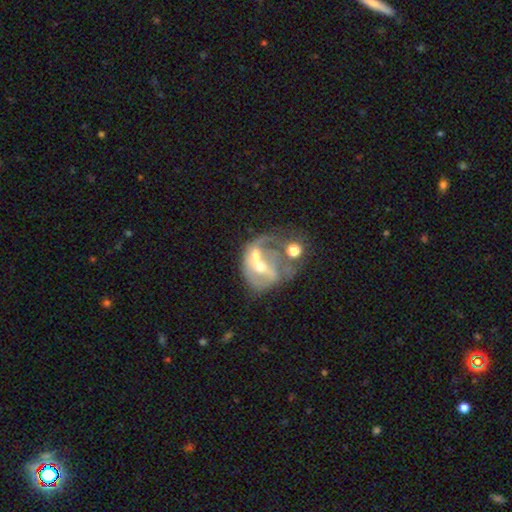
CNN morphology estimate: Smooth or featured: featured or disk — 68% (smooth — 22%)
Edge-on disk: no — 96% (yes — 4%)
Bar: no — 45% (weak — 33%)
Spiral arms: yes — 50% (tied with no — 50%)
Bulge size: moderate — 59% (small — 28%)
Merging: merger — 51% (major disturbance — 20%)